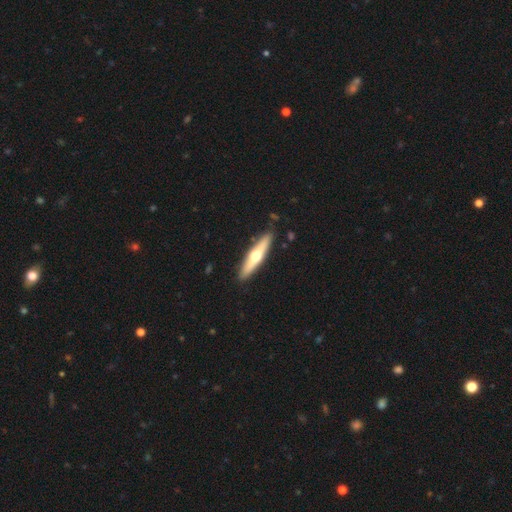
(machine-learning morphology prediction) Smooth or featured? featured or disk (52%)
Edge-on disk? yes (92%)
Merging? none (89%)